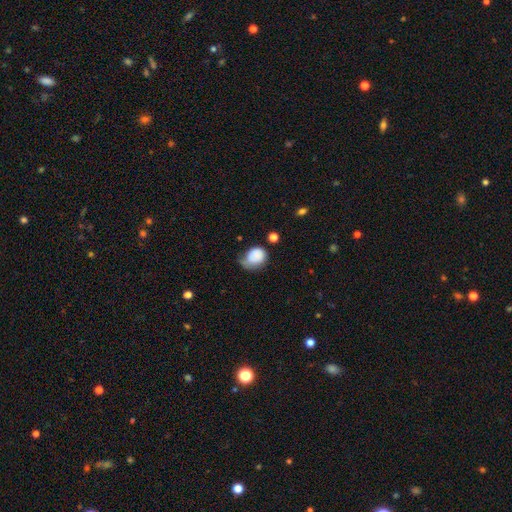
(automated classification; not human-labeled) This appears to be a smooth galaxy with no disk features (82%) that is round (53%). Merging: minor disturbance (40%).